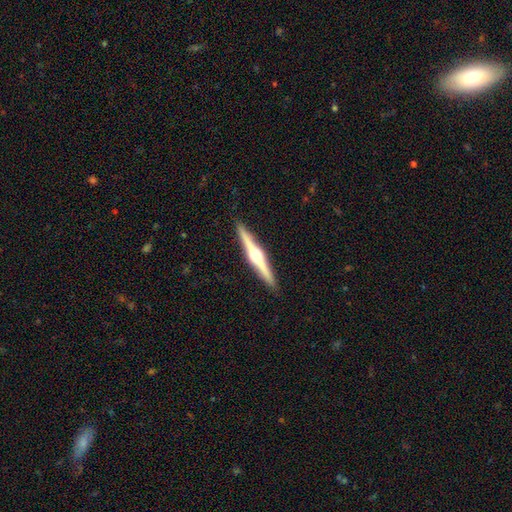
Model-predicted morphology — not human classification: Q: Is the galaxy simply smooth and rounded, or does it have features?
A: featured or disk — 79%.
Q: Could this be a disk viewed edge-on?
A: yes — 98%.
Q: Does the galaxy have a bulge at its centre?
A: rounded — 94%.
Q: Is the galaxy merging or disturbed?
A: none — 92%.